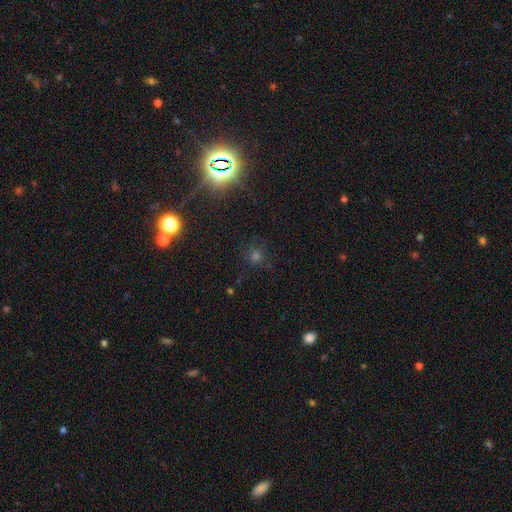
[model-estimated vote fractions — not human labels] Morphology: type=star or artifact (52%).